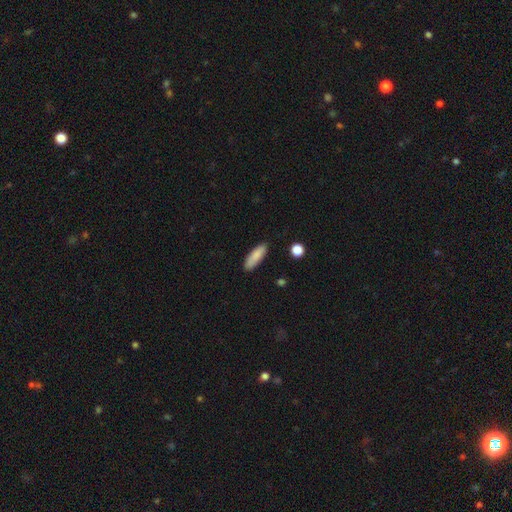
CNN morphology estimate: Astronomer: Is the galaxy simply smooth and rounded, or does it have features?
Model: smooth — 86%.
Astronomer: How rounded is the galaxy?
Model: in between — 52% (runner-up: cigar-shaped, 46%).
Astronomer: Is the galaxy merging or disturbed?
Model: none — 86%.